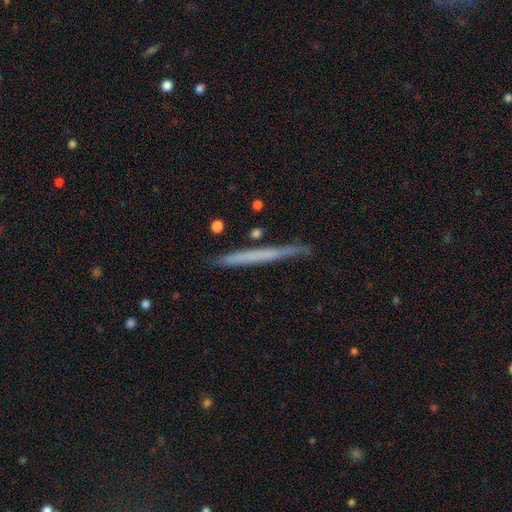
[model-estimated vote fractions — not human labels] This appears to be a smooth galaxy with no disk features (49%). Merging: none (88%).